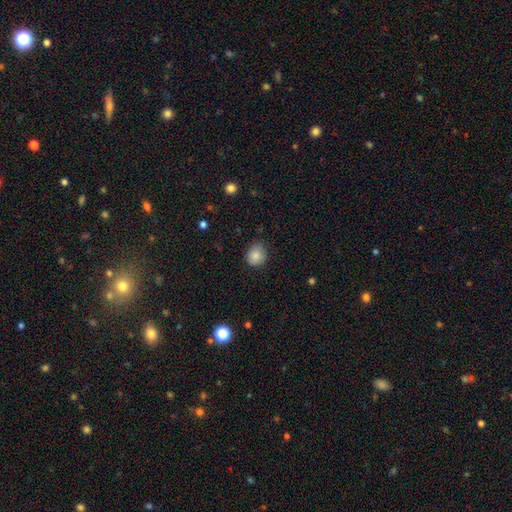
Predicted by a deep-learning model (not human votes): Q: Smooth or featured?
A: smooth (84%); runner-up: star or artifact (9%)
Q: How rounded?
A: round (75%); runner-up: in between (24%)
Q: Merging?
A: none (78%); runner-up: minor disturbance (18%)